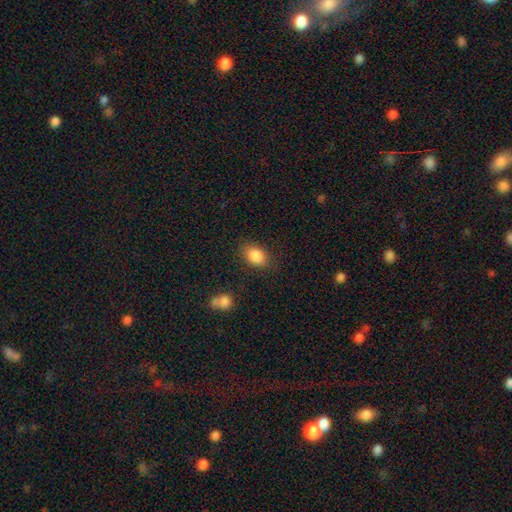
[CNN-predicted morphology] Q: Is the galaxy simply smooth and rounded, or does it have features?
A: smooth — 87%.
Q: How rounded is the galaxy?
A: in between — 81%.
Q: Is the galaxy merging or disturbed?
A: none — 80%.